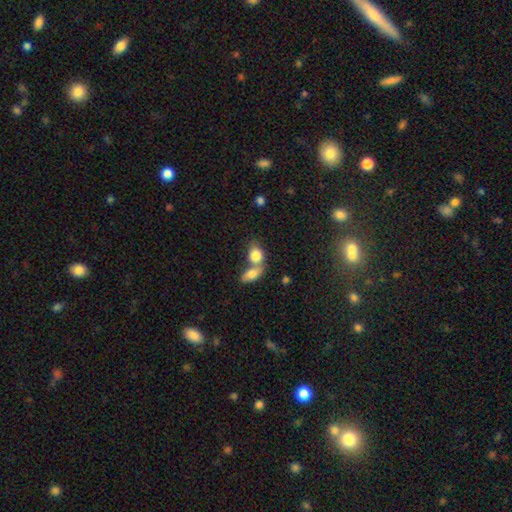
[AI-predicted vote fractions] Smooth or featured?
  - smooth: 82% *
  - featured or disk: 11%
  - star or artifact: 7%
How rounded?
  - in between: 64% *
  - round: 33%
  - cigar-shaped: 3%
Merging?
  - merger: 62% *
  - none: 27%
  - minor disturbance: 7%
  - major disturbance: 4%